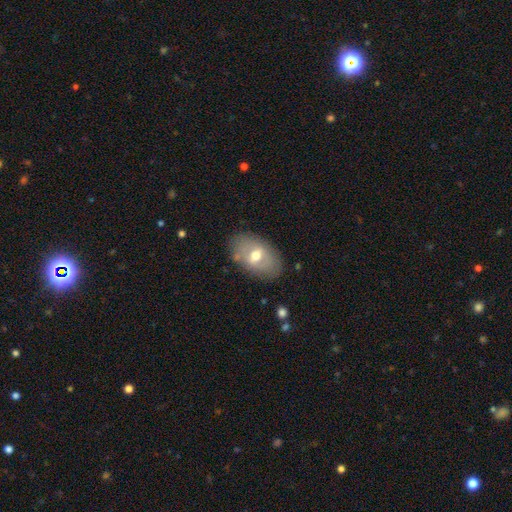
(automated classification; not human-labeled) Smooth or featured: smooth — 52% (featured or disk — 40%)
How rounded: in between — 87% (round — 11%)
Merging: none — 77% (minor disturbance — 15%)